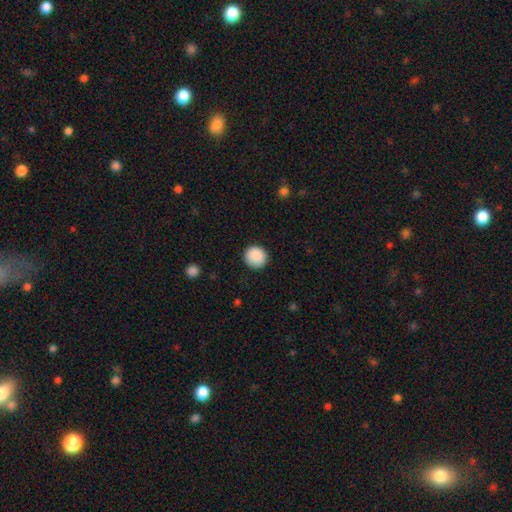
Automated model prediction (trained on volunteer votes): smooth 89%, star or artifact 8%, featured or disk 3%. Down the decision tree: how rounded — round (94%); merging — none (91%).